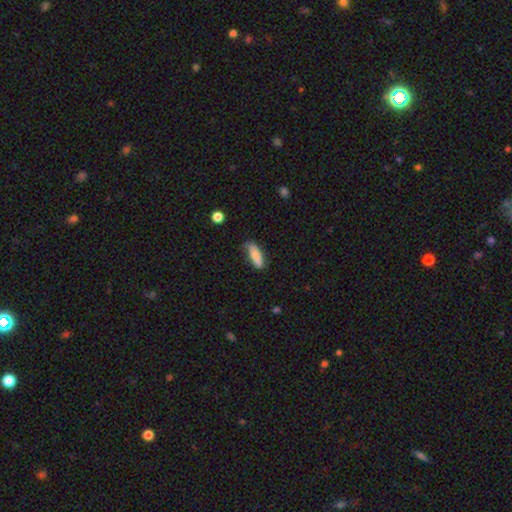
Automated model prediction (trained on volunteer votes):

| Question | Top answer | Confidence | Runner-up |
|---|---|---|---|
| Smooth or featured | smooth | 75% | featured or disk (18%) |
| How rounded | in between | 55% | cigar-shaped (43%) |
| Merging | none | 65% | minor disturbance (26%) |